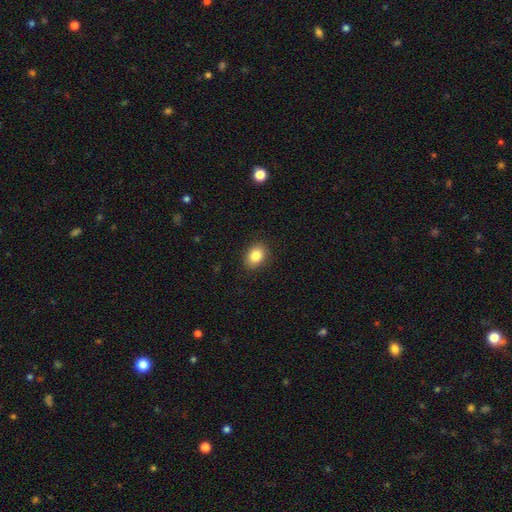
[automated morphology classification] This is clearly a smooth galaxy (85%). How rounded: likely in between (68%). Merging: clearly none (88%).